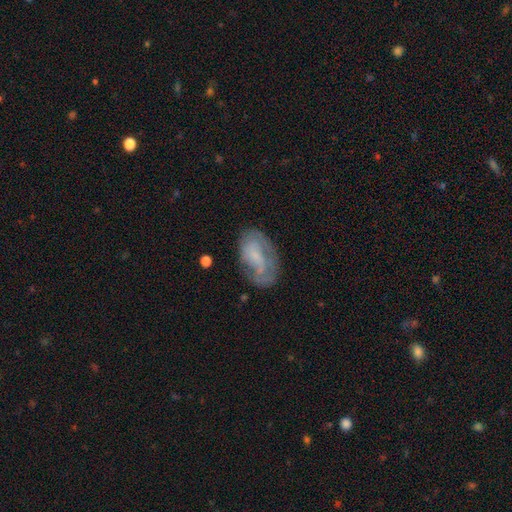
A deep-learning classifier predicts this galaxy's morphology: This is possibly a featured or disk galaxy (54%). It is clearly not viewed edge-on (95%). Bar: likely no (62%). Spiral arm pattern: likely yes (68%). Central bulge: marginally small (40%). Merging: possibly none (58%).